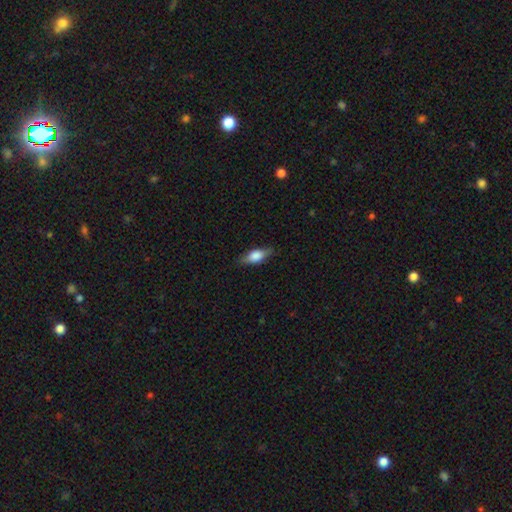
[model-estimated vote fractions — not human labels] smooth_or_featured: smooth (p=0.67) [alt: featured or disk p=0.26]
how_rounded: in between (p=0.74) [alt: cigar-shaped p=0.22]
merging: none (p=0.82) [alt: minor disturbance p=0.14]